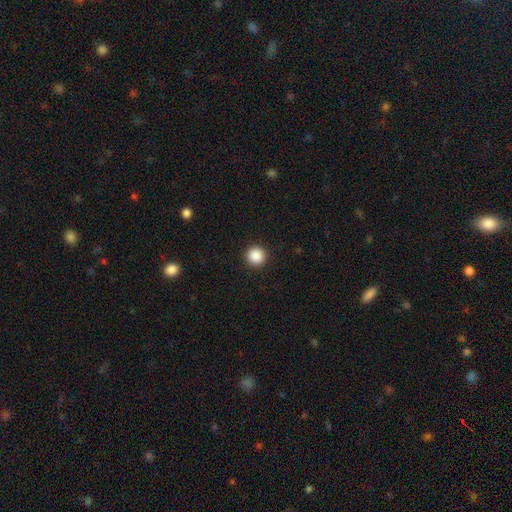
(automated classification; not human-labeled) smooth-or-featured: smooth: 88% | star or artifact: 9% | featured or disk: 2%
  how-rounded: round: 96% | in between: 3% | cigar-shaped: 1%
  merging: none: 93% | minor disturbance: 4% | major disturbance: 2% | merger: 1%